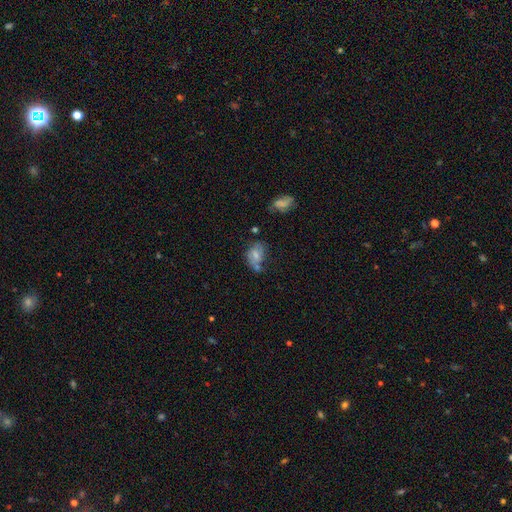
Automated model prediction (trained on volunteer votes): Smooth or featured? Predicted: smooth (p=0.61). How rounded? Predicted: in between (p=0.77). Merging? Predicted: none (p=0.40).